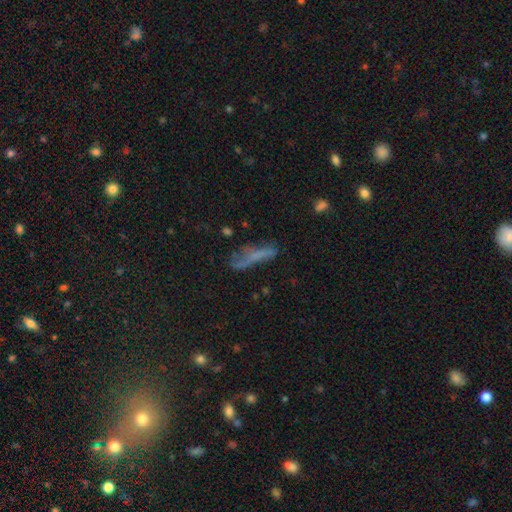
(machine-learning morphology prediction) This appears to be a smooth galaxy with no disk features (47%). Merging: none (51%).